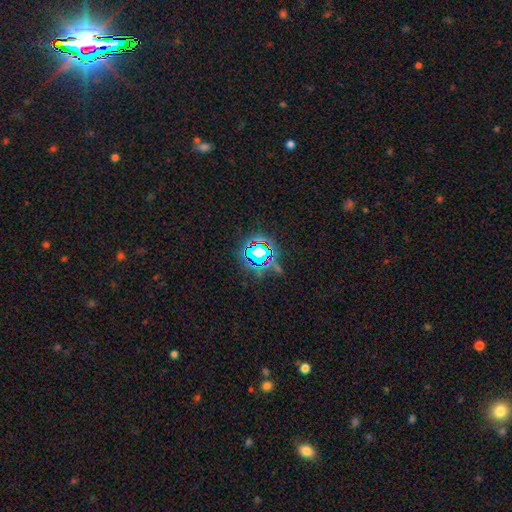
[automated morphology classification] A star or artifact, not a galaxy (69%).

Vote fractions:
- Smooth or featured? star or artifact: 69% / smooth: 19% / featured or disk: 12%